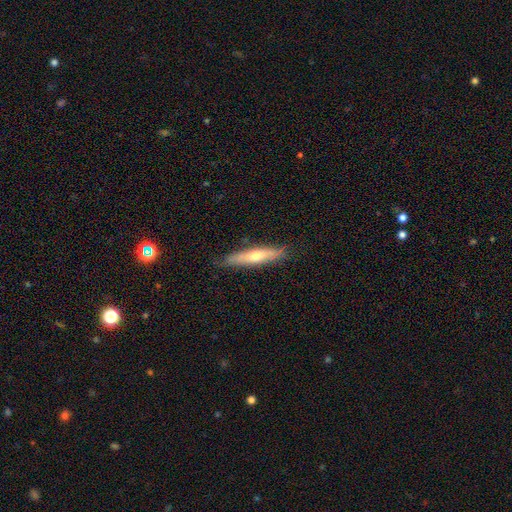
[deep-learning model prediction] smooth_or_featured: smooth (p=0.48) [alt: featured or disk p=0.46]
merging: none (p=0.83) [alt: minor disturbance p=0.14]